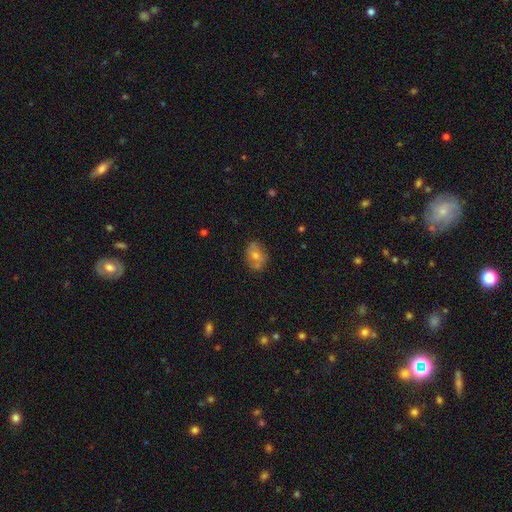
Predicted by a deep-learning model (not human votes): The model was most divided on "smooth or featured": smooth: 65%, featured or disk: 26%, star or artifact: 9%. More confident: how rounded — in between (73%); merging — none (70%).